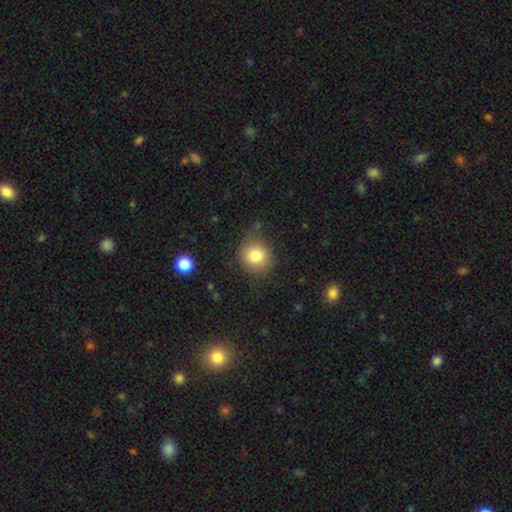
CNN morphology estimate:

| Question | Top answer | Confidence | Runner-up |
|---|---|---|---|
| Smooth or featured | smooth | 81% | star or artifact (10%) |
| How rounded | round | 82% | in between (17%) |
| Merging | none | 74% | minor disturbance (18%) |